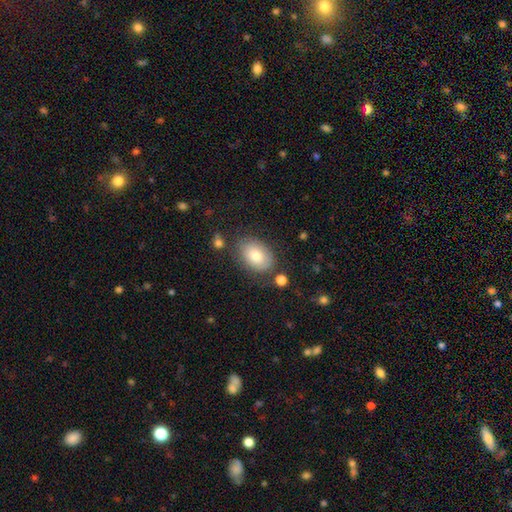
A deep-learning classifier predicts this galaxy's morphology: Smooth or featured: smooth — 77% (featured or disk — 16%)
How rounded: in between — 84% (round — 14%)
Merging: none — 76% (minor disturbance — 16%)